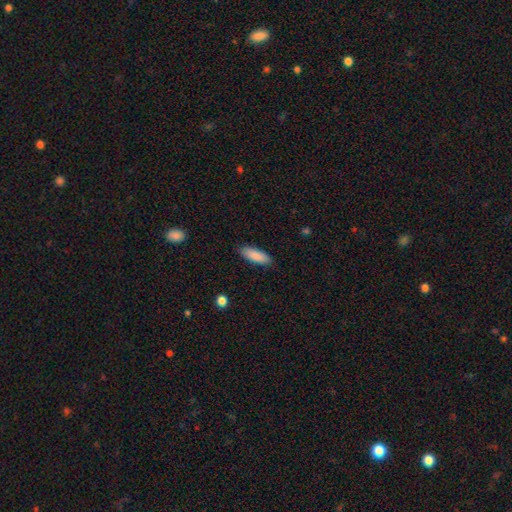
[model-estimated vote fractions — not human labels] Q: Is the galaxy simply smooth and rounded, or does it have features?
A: smooth — 88%.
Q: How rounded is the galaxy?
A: in between — 64%.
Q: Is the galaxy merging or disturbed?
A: none — 88%.